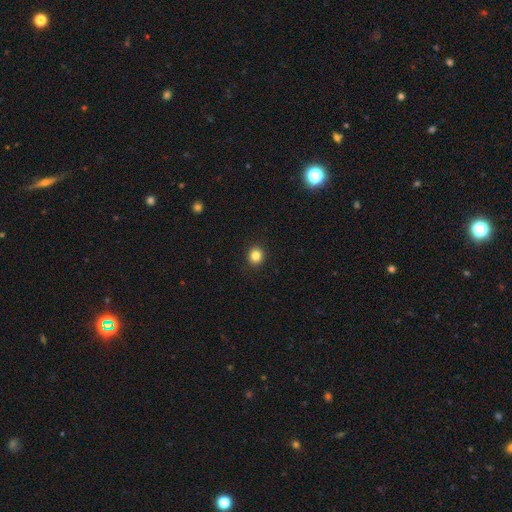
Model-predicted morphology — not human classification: A smooth galaxy with no disk features (84%) that is round (85%). Merging: none (92%).